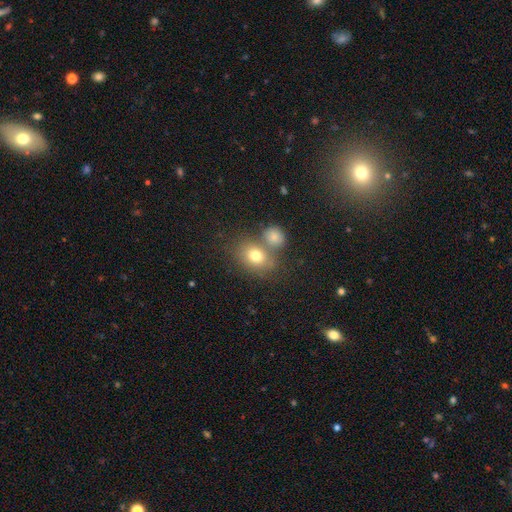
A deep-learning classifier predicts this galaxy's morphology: smooth 75%, featured or disk 14%, star or artifact 12%. Down the decision tree: how rounded — in between (58%); merging — none (51%).